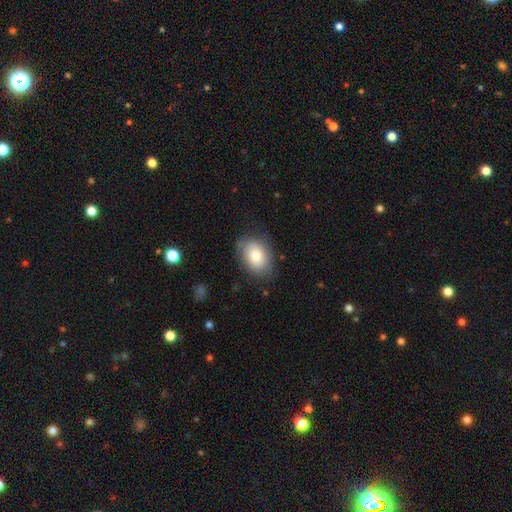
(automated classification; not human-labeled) A smooth galaxy with no disk features (81%) that is in between round and cigar-shaped (78%). Merging: none (78%).